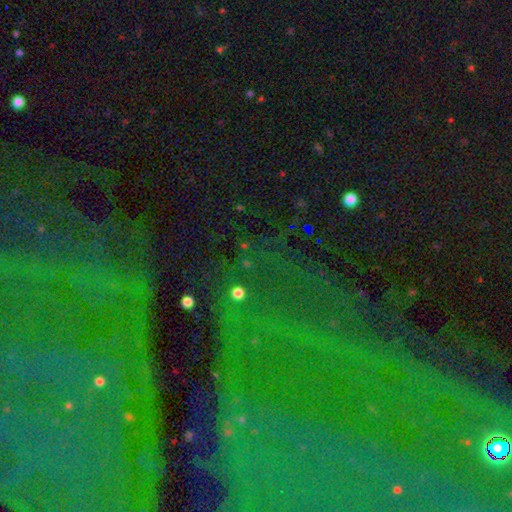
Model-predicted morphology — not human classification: A star or artifact, not a galaxy (77%).

Vote fractions:
- Smooth or featured? star or artifact: 77% / featured or disk: 12% / smooth: 11%